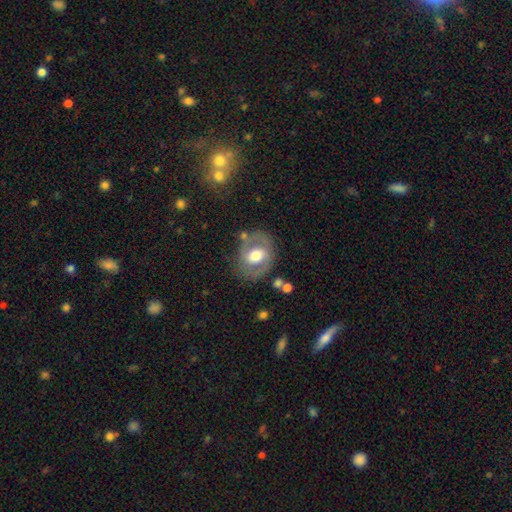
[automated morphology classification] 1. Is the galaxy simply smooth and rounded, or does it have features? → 55% featured or disk, 38% smooth, 7% star or artifact.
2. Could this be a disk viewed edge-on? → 95% no, 5% yes.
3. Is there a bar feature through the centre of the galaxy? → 55% no, 32% weak, 13% strong.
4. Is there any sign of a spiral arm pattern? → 55% no, 45% yes.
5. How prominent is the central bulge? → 59% moderate, 33% large, 5% small, 2% dominant, 1% none.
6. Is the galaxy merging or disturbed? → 68% none, 18% minor disturbance, 9% major disturbance, 4% merger.